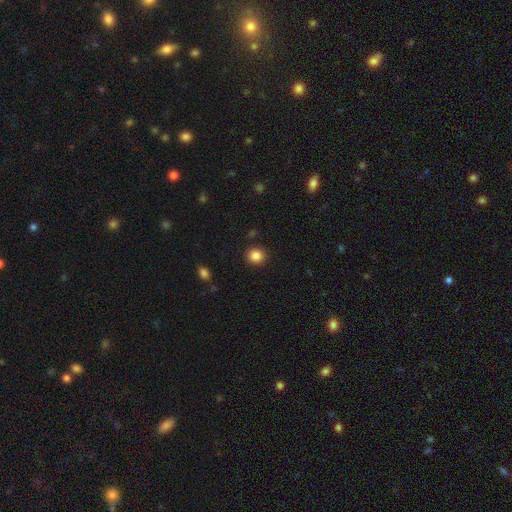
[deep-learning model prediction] This is clearly a smooth galaxy (86%). How rounded: clearly round (89%). Merging: clearly none (90%).